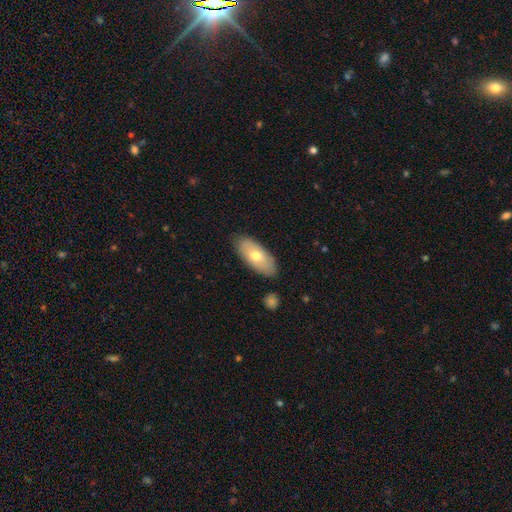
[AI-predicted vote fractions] The model was most divided on "smooth or featured": smooth: 65%, featured or disk: 29%, star or artifact: 6%. More confident: how rounded — in between (88%); merging — none (84%).